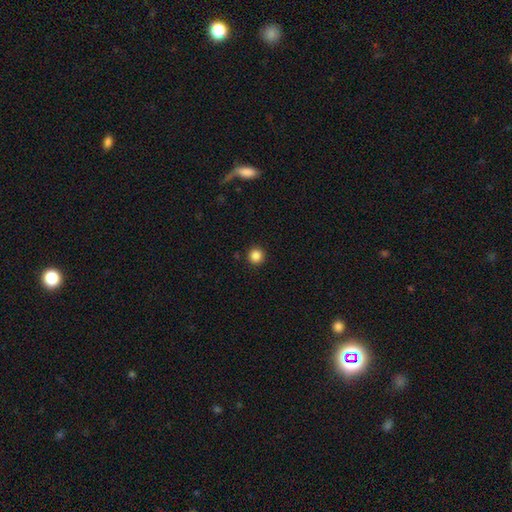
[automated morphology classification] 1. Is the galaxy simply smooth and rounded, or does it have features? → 85% smooth, 11% star or artifact, 3% featured or disk.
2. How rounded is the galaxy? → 96% round, 3% in between, 1% cigar-shaped.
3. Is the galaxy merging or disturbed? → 92% none, 5% minor disturbance, 2% major disturbance, 1% merger.